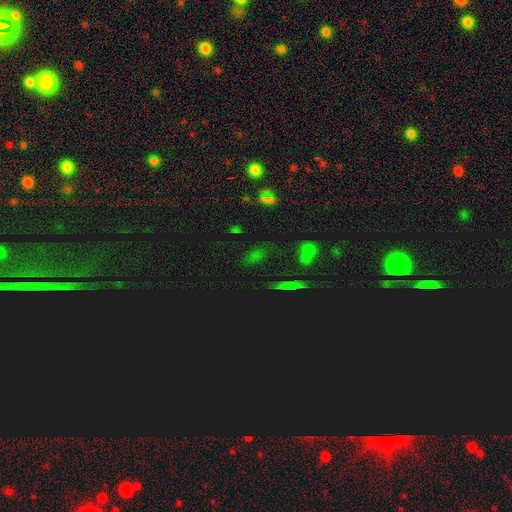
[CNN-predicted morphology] Q: Smooth or featured?
A: star or artifact (62%); runner-up: smooth (29%)